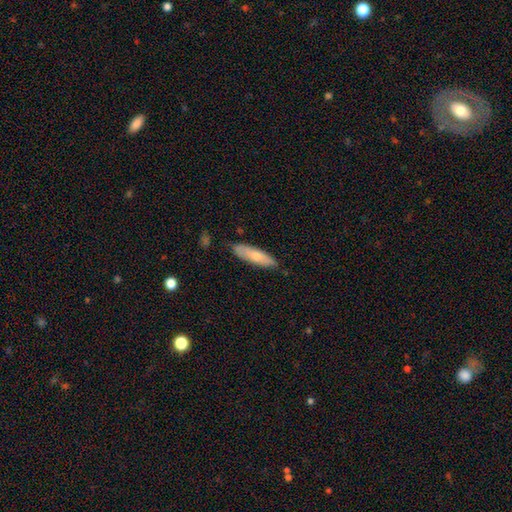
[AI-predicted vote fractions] Q: Smooth or featured?
A: smooth (67%); runner-up: featured or disk (27%)
Q: How rounded?
A: cigar-shaped (65%); runner-up: in between (33%)
Q: Merging?
A: none (81%); runner-up: minor disturbance (15%)